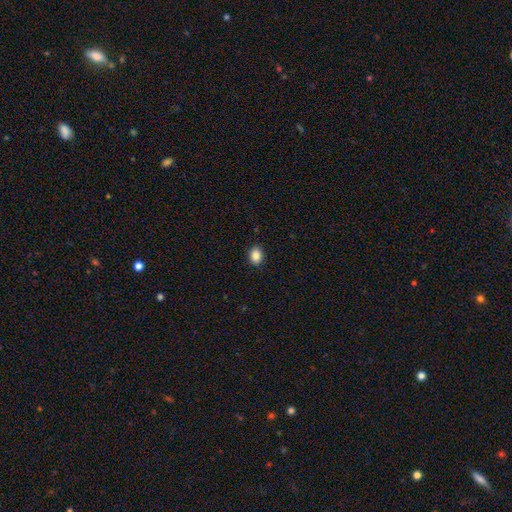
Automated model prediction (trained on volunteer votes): smooth_or_featured: smooth (p=0.87) [alt: star or artifact p=0.09]
how_rounded: in between (p=0.64) [alt: round p=0.35]
merging: none (p=0.91) [alt: minor disturbance p=0.07]